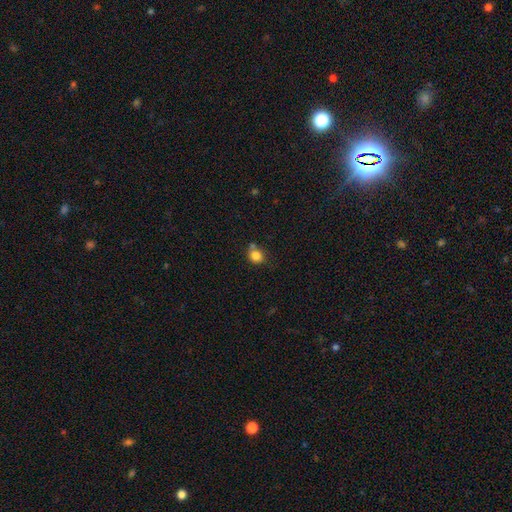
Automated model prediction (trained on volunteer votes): Smooth or featured? smooth (83%)
How rounded? round (78%)
Merging? none (58%)